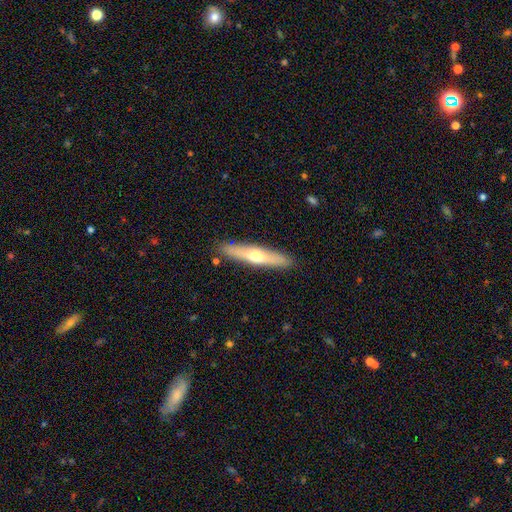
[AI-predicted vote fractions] A featured or disk galaxy (47%, tied with smooth). Merging: none (89%).